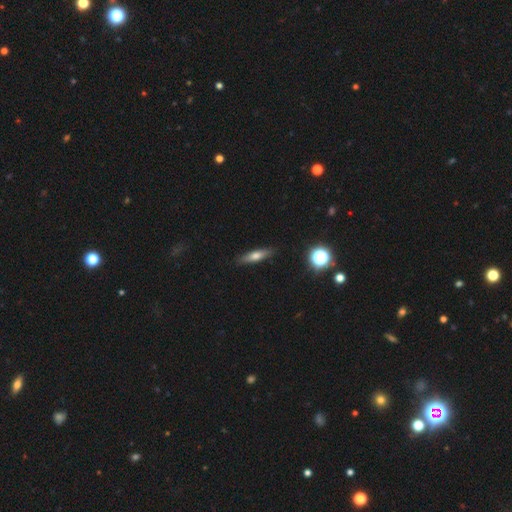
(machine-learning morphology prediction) This is possibly a smooth galaxy (59%). How rounded: likely cigar-shaped (73%). Merging: clearly none (88%).